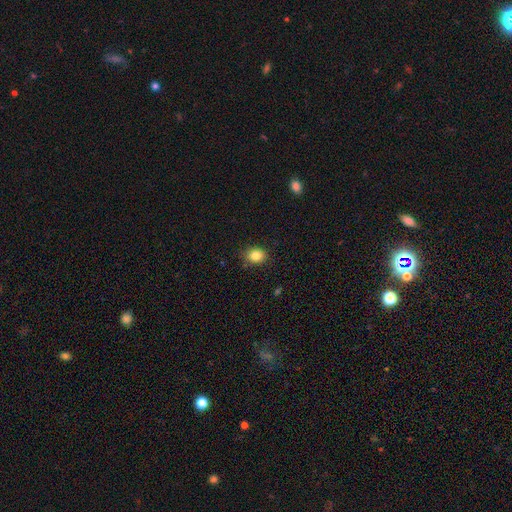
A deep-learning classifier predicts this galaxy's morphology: Smooth or featured?
  - smooth: 84% *
  - star or artifact: 10%
  - featured or disk: 6%
How rounded?
  - in between: 52% *
  - round: 47%
  - cigar-shaped: 1%
Merging?
  - none: 85% *
  - minor disturbance: 11%
  - major disturbance: 2%
  - merger: 1%